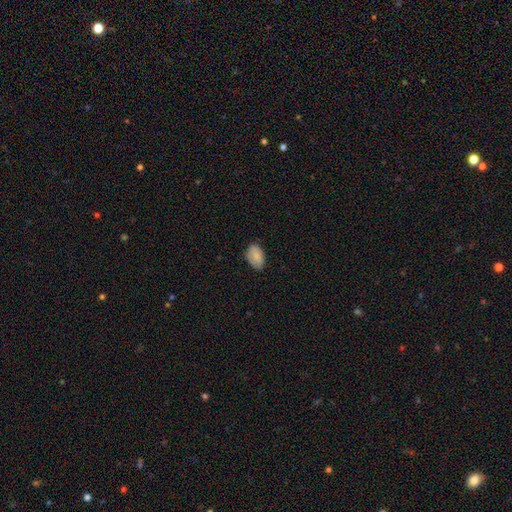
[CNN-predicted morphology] smooth_or_featured: smooth (p=0.82) [alt: featured or disk p=0.11]
how_rounded: in between (p=0.90) [alt: round p=0.08]
merging: none (p=0.74) [alt: minor disturbance p=0.21]